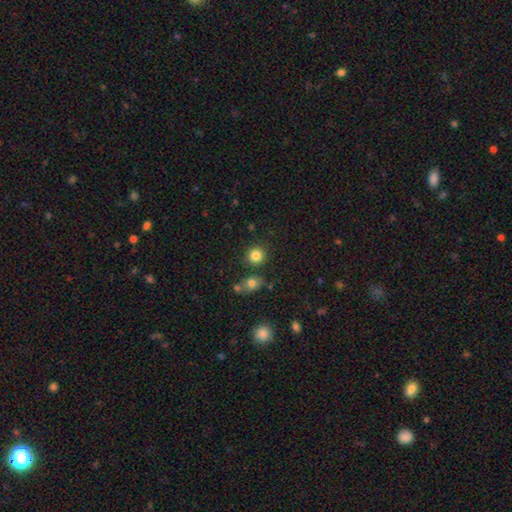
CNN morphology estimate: smooth 82%, star or artifact 12%, featured or disk 6%. Down the decision tree: how rounded — round (90%); merging — none (80%).